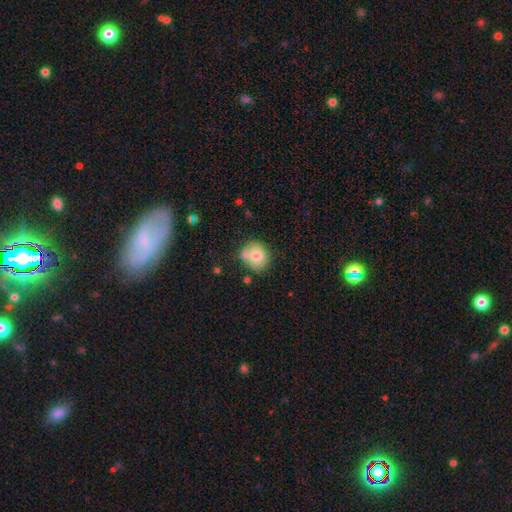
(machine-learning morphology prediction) This is likely a smooth galaxy (75%). How rounded: likely round (80%). Merging: possibly none (60%).